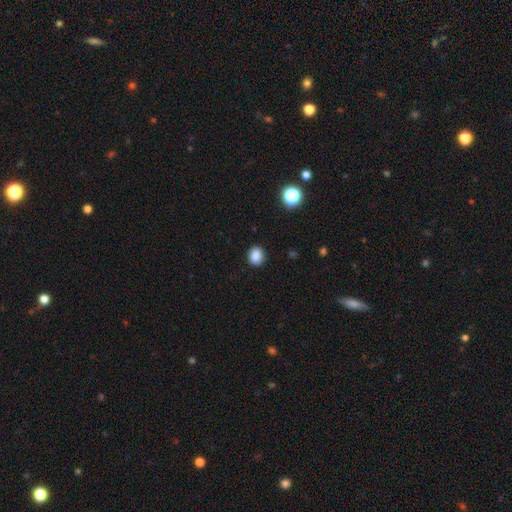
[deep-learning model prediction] smooth-or-featured: smooth: 86% | star or artifact: 10% | featured or disk: 4%
  how-rounded: round: 62% | in between: 37% | cigar-shaped: 1%
  merging: none: 89% | minor disturbance: 8% | major disturbance: 2% | merger: 1%